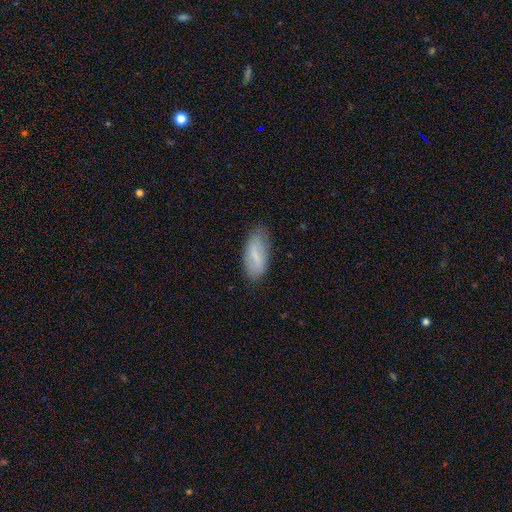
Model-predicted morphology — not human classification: The model was most divided on "smooth or featured": smooth: 66%, featured or disk: 27%, star or artifact: 7%. More confident: how rounded — in between (84%); merging — none (75%).